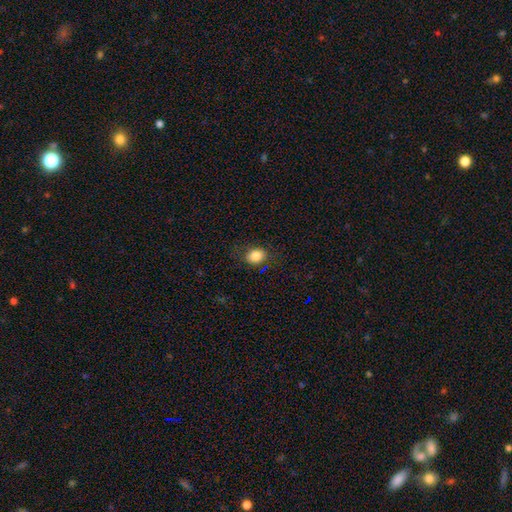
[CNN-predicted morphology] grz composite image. It shows a smooth galaxy with no disk features (84%) that is in between round and cigar-shaped (56%). Merging: none (79%).